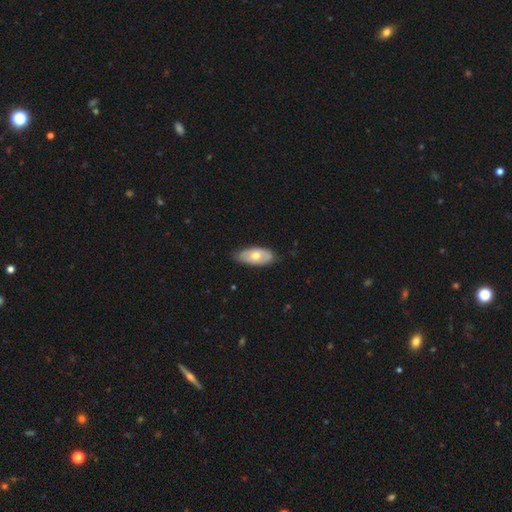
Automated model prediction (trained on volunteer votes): Morphology: type=smooth (54%); roundness=in between (91%); merging=none (73%).